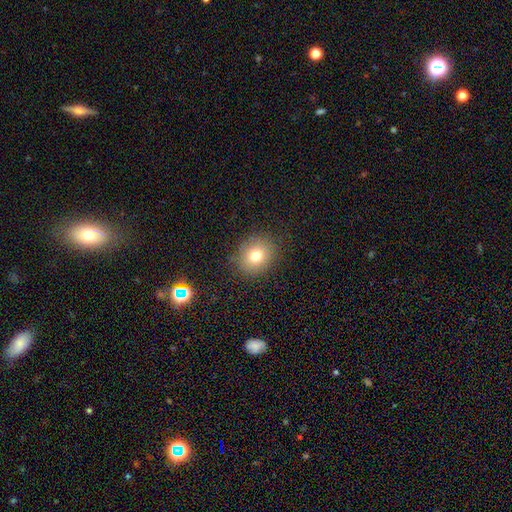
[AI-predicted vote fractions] A smooth galaxy with no disk features (76%) that is round (70%). Merging: none (85%).